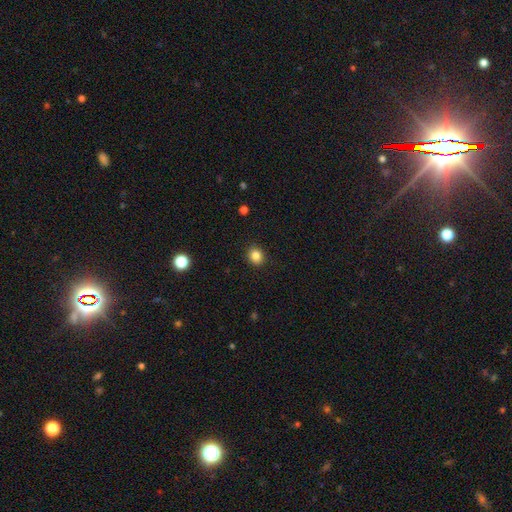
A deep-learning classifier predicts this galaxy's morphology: Smooth or featured? smooth (84%)
How rounded? round (79%)
Merging? none (91%)